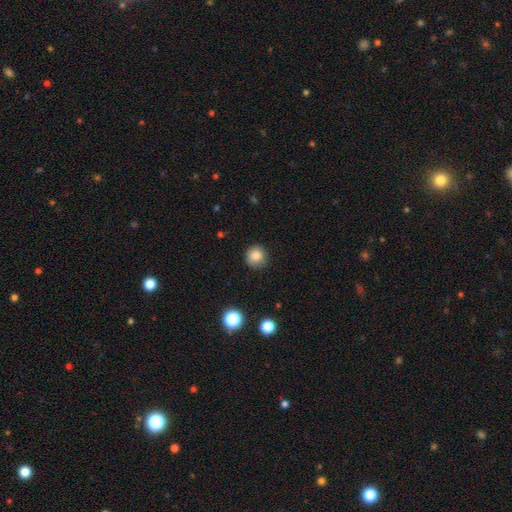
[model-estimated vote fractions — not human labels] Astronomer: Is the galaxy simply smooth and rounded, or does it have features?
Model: smooth — 85%.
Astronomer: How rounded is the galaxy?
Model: round — 91%.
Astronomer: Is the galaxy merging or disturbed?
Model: none — 84%.